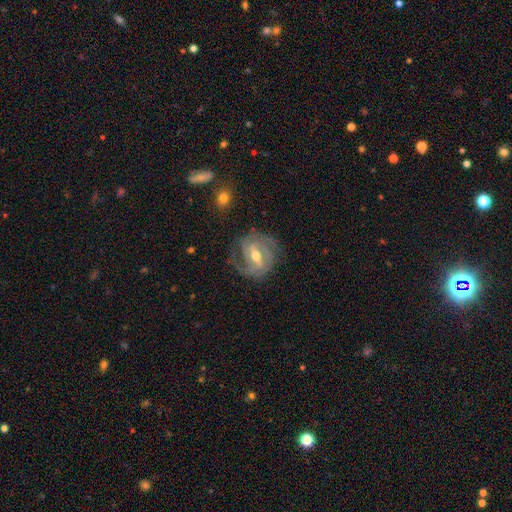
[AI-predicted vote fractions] Smooth or featured?
  - featured or disk: 86% *
  - smooth: 8%
  - star or artifact: 5%
Edge-on disk?
  - no: 96% *
  - yes: 4%
Bar?
  - strong: 45% *
  - weak: 42%
  - no: 13%
Spiral arms?
  - yes: 94% *
  - no: 6%
Spiral winding?
  - tight: 50% *
  - medium: 39%
  - loose: 12%
Spiral arm count?
  - 2: 45% *
  - 3: 23%
  - can't tell: 19%
  - 1: 5%
  - 4: 5%
  - more than 4: 4%
Bulge size?
  - moderate: 69% *
  - small: 26%
  - large: 4%
  - none: 1%
  - dominant: 1%
Merging?
  - none: 72% *
  - minor disturbance: 18%
  - major disturbance: 9%
  - merger: 2%